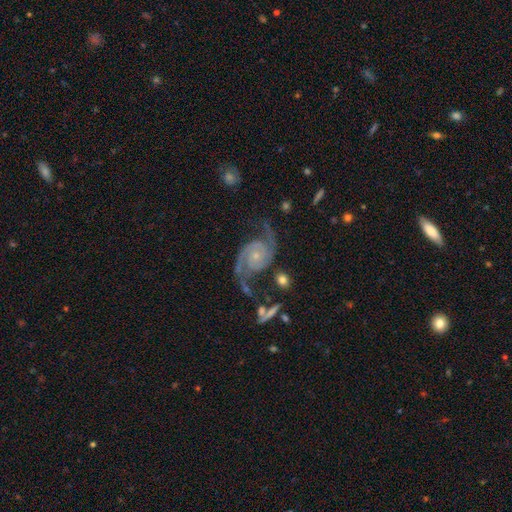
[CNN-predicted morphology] Smooth or featured? featured or disk (91%)
Edge-on disk? no (98%)
Bar? no (74%)
Spiral arms? yes (98%)
Spiral winding? medium (52%)
Spiral arm count? 2 (93%)
Bulge size? small (71%)
Merging? none (67%)